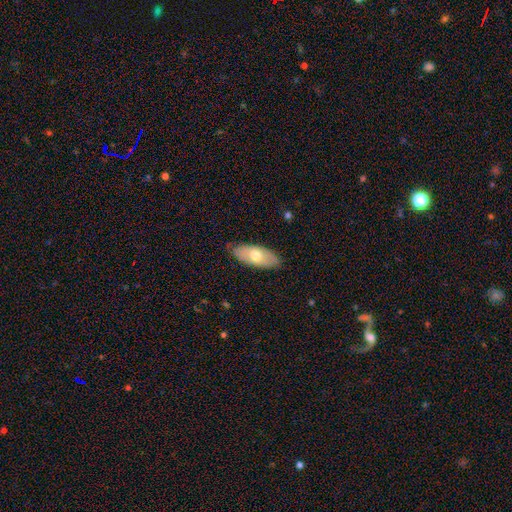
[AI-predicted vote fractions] Smooth or featured: smooth — 62% (featured or disk — 33%)
How rounded: in between — 87% (cigar-shaped — 10%)
Merging: none — 82% (minor disturbance — 14%)